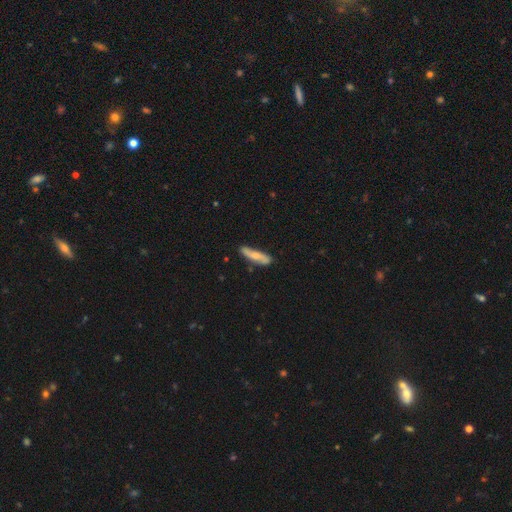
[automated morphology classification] type=smooth (56%); roundness=cigar-shaped (77%); merging=none (77%).